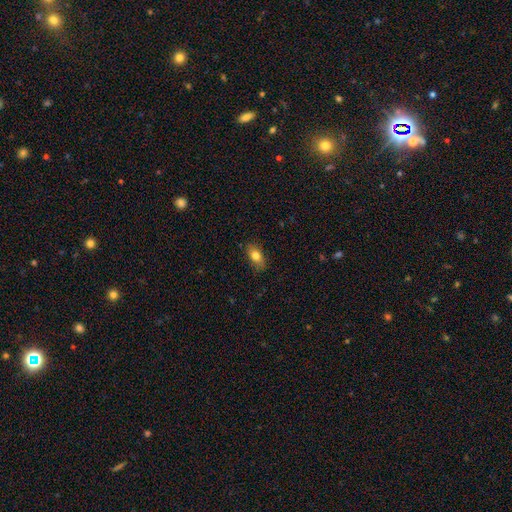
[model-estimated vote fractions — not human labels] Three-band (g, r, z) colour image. It shows a smooth galaxy with no disk features (79%) that is in between round and cigar-shaped (86%). Merging: none (83%).